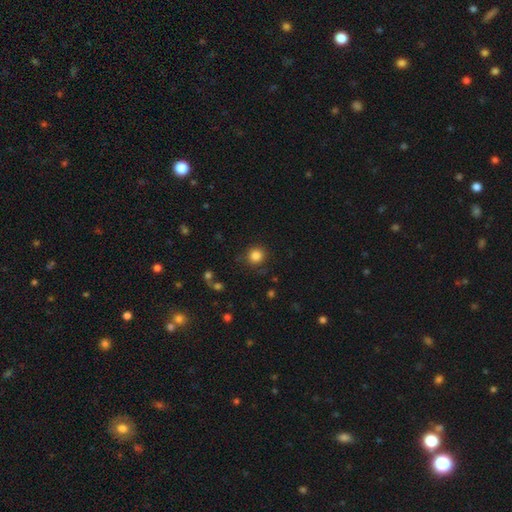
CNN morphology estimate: type=smooth (84%); roundness=round (93%); merging=none (85%).